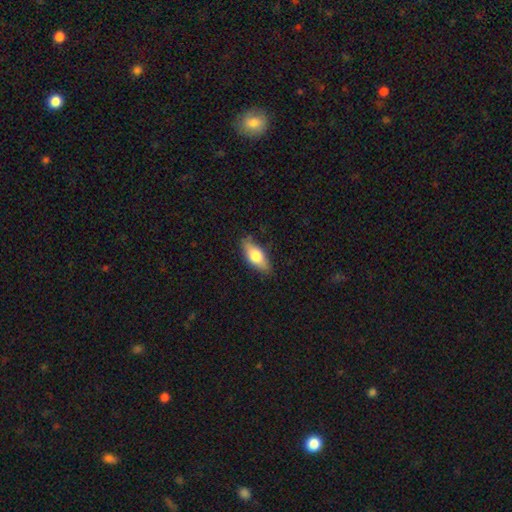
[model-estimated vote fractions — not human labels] A smooth galaxy with no disk features (69%) that is in between round and cigar-shaped (78%). Merging: none (80%).